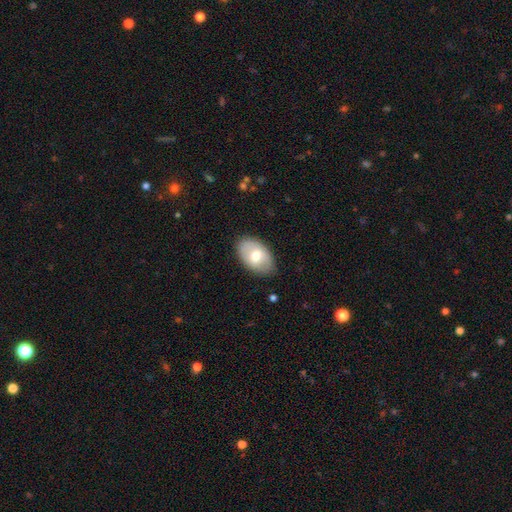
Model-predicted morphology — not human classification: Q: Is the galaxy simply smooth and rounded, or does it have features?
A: smooth — 67%.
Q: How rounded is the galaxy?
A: in between — 91%.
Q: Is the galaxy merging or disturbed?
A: none — 83%.